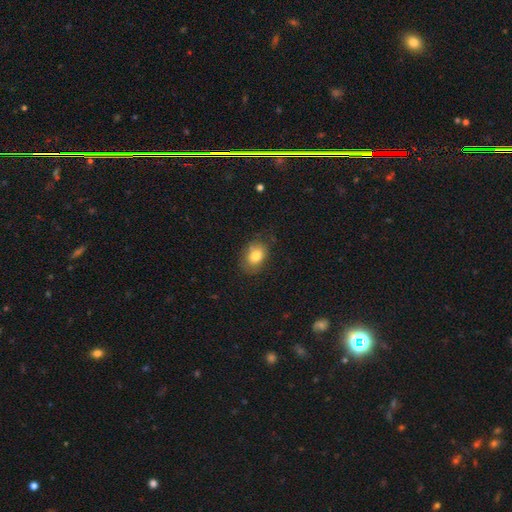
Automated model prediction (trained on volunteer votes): Smooth or featured? smooth (80%)
How rounded? in between (74%)
Merging? none (73%)